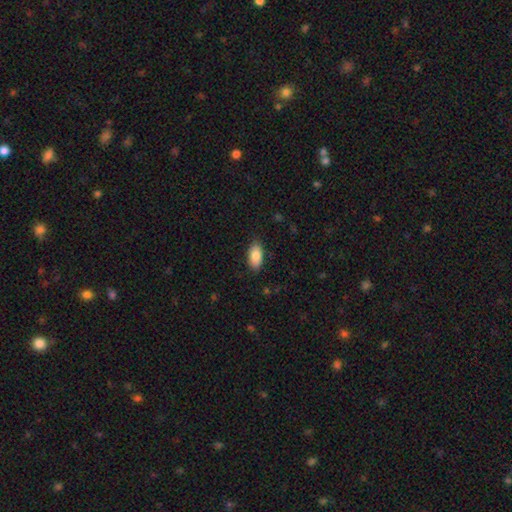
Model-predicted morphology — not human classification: Smooth or featured: smooth — 86% (featured or disk — 8%)
How rounded: in between — 92% (cigar-shaped — 5%)
Merging: none — 84% (minor disturbance — 13%)